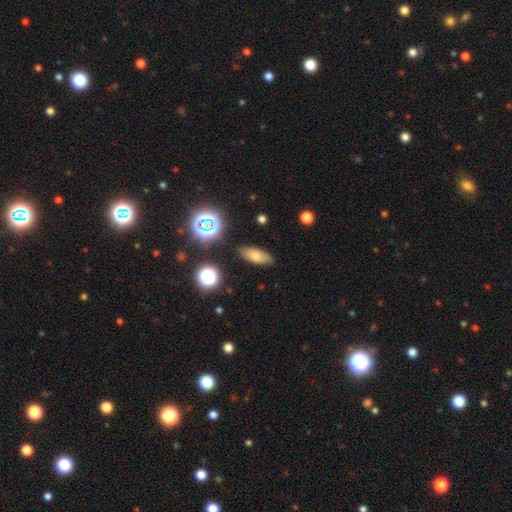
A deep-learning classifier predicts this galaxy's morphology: A smooth galaxy with no disk features (46%). Merging: none (85%).